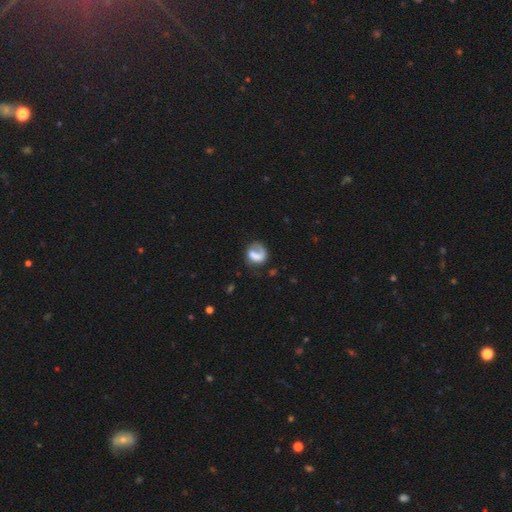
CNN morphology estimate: Smooth or featured? featured or disk (49%)
Merging? none (42%)